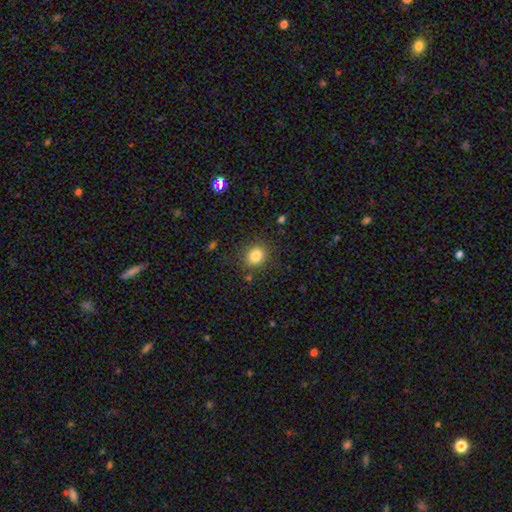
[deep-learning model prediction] Smooth or featured: smooth — 84% (star or artifact — 11%)
How rounded: round — 57% (in between — 42%)
Merging: none — 84% (minor disturbance — 11%)